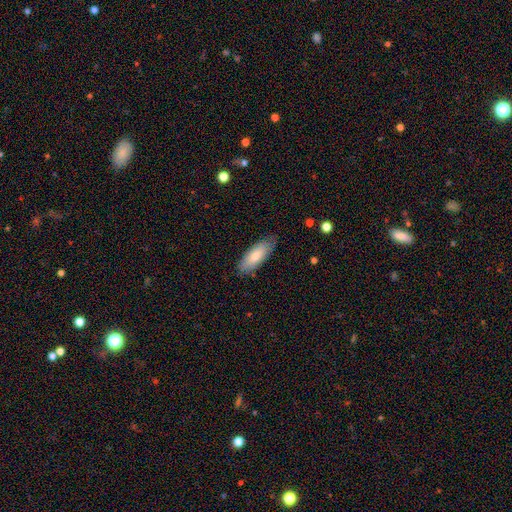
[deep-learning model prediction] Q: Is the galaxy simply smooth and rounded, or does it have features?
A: smooth — 76%.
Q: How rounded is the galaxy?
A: in between — 73%.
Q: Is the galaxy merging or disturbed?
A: none — 82%.